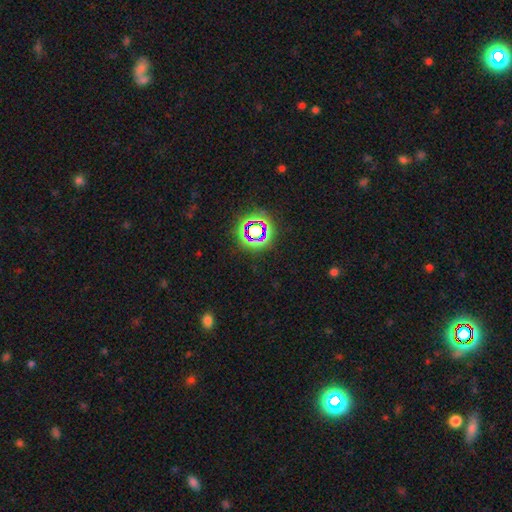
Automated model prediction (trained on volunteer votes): Q: Smooth or featured?
A: star or artifact (75%); runner-up: smooth (15%)